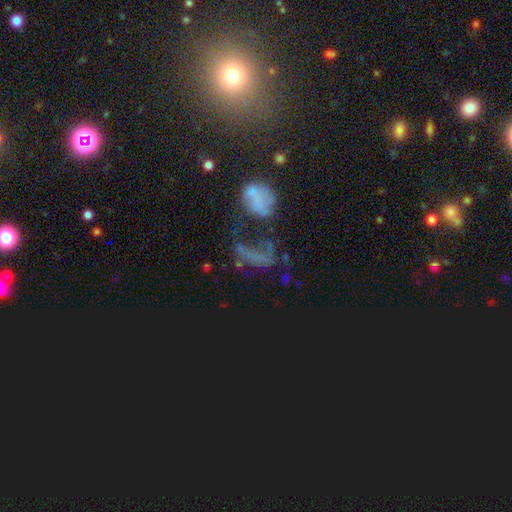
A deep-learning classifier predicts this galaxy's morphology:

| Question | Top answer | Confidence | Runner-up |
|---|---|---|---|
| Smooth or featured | star or artifact | 41% | featured or disk (31%) |